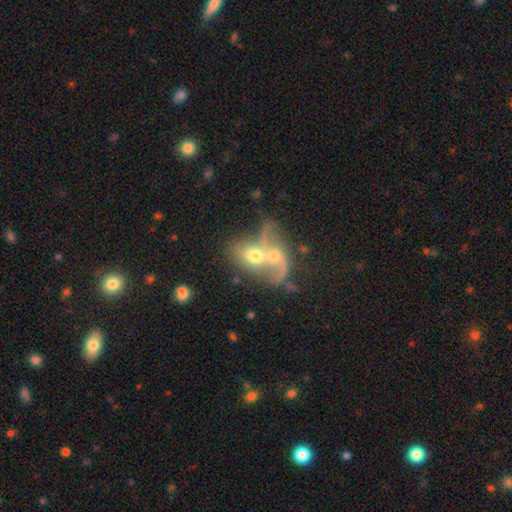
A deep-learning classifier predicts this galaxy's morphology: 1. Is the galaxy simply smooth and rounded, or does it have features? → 49% featured or disk, 42% smooth, 10% star or artifact.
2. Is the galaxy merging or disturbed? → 77% merger, 10% none, 8% major disturbance, 5% minor disturbance.